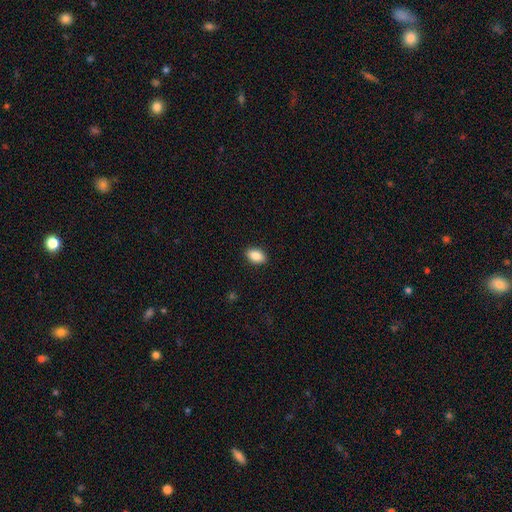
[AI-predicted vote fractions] Overall: smooth (88%). How rounded: in between (88%). Merging: none (90%).